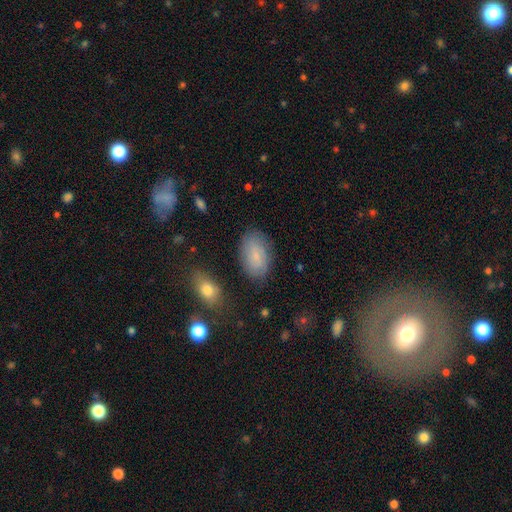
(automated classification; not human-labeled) Q: Smooth or featured?
A: smooth (77%); runner-up: featured or disk (15%)
Q: How rounded?
A: in between (92%); runner-up: round (6%)
Q: Merging?
A: none (80%); runner-up: minor disturbance (14%)